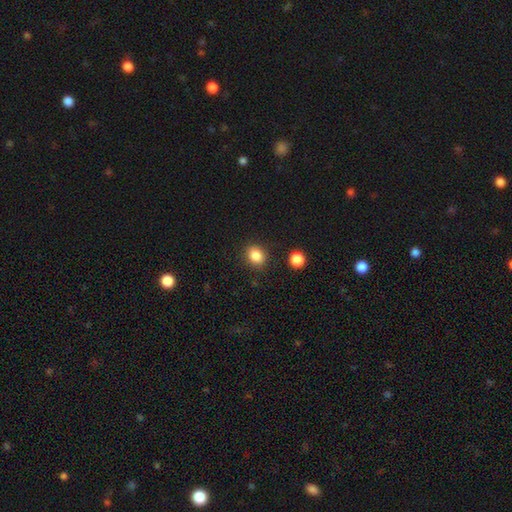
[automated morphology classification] This is clearly a smooth galaxy (85%). How rounded: possibly round (54%). Merging: clearly none (87%).